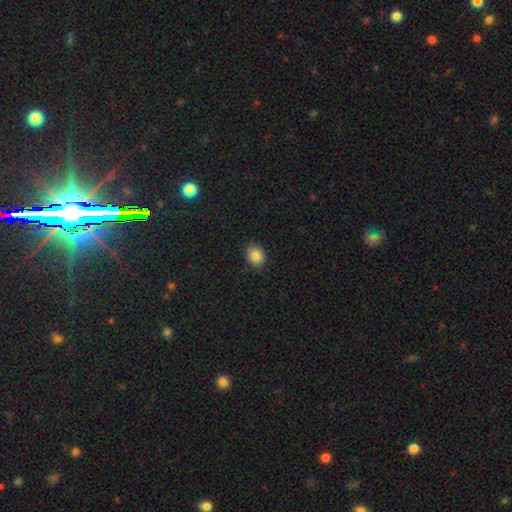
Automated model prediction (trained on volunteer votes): Q: Smooth or featured?
A: smooth (86%); runner-up: star or artifact (9%)
Q: How rounded?
A: in between (57%); runner-up: round (42%)
Q: Merging?
A: none (87%); runner-up: minor disturbance (10%)